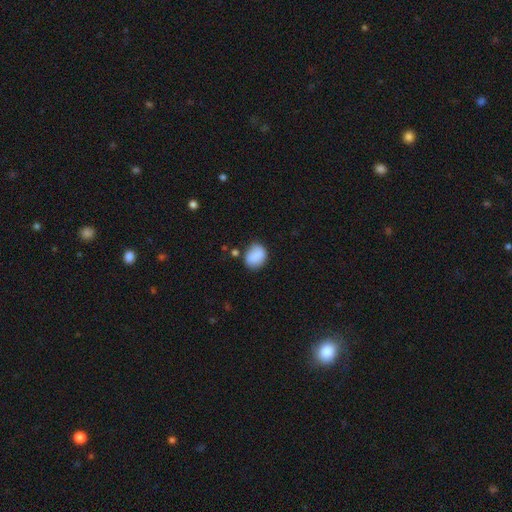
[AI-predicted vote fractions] Smooth or featured: smooth — 86% (star or artifact — 8%)
How rounded: in between — 52% (round — 47%)
Merging: none — 72% (minor disturbance — 19%)